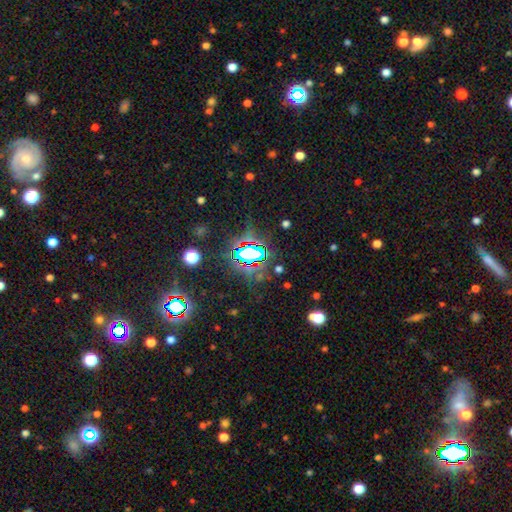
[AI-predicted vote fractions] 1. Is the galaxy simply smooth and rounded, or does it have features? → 80% star or artifact, 12% smooth, 8% featured or disk.